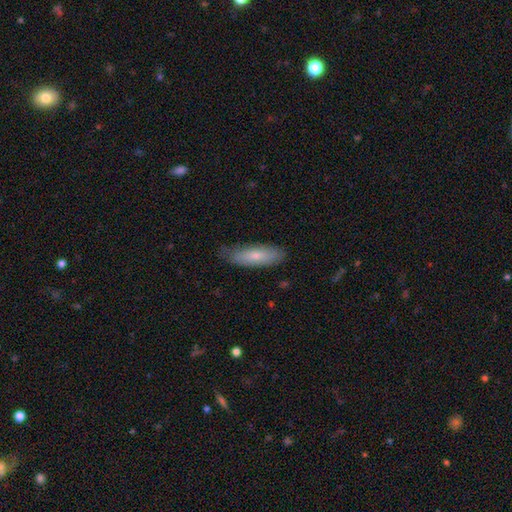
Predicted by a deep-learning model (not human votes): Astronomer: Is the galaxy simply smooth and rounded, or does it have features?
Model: smooth — 73%.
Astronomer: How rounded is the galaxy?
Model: in between — 53% (runner-up: cigar-shaped, 45%).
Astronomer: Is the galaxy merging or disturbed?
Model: none — 74%.